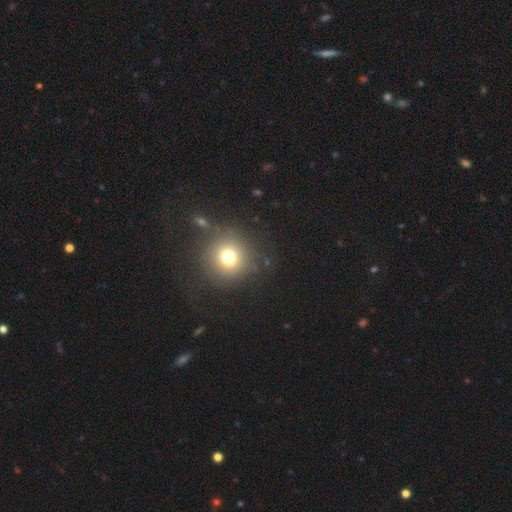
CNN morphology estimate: smooth-or-featured: smooth: 60% | star or artifact: 31% | featured or disk: 9%
  how-rounded: round: 93% | in between: 6% | cigar-shaped: 1%
  merging: none: 83% | minor disturbance: 9% | major disturbance: 4% | merger: 4%